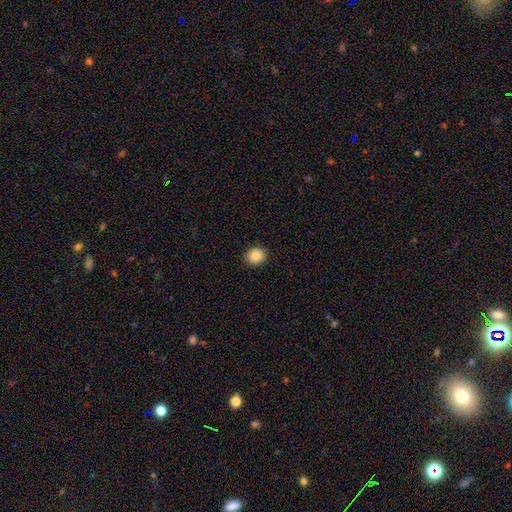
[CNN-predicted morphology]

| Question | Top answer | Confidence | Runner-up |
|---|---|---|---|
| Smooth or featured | smooth | 87% | star or artifact (9%) |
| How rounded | round | 83% | in between (16%) |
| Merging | none | 91% | minor disturbance (6%) |